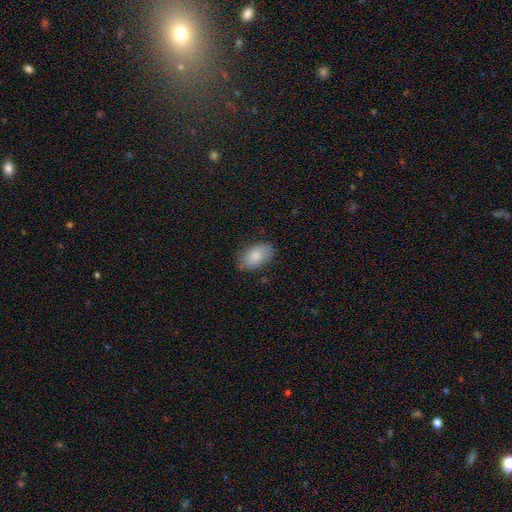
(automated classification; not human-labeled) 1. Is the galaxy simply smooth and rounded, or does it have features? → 83% smooth, 11% featured or disk, 6% star or artifact.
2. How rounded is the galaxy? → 94% in between, 5% round, 1% cigar-shaped.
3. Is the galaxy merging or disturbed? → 81% none, 15% minor disturbance, 3% major disturbance, 1% merger.